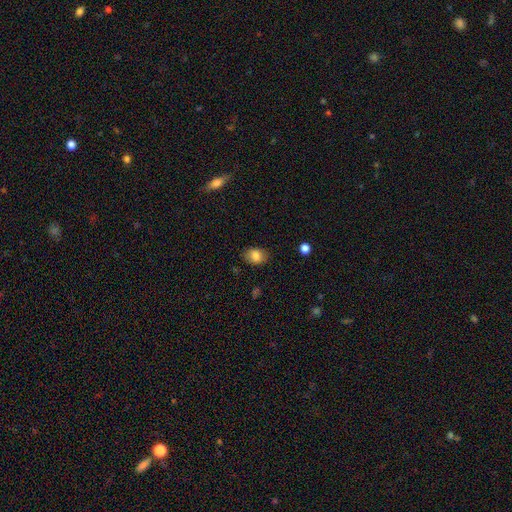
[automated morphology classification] A smooth galaxy with no disk features (83%) that is in between round and cigar-shaped (68%).

Vote fractions:
- Smooth or featured? smooth: 83% / star or artifact: 9% / featured or disk: 8%
- How rounded? in between: 68% / round: 31% / cigar-shaped: 1%
- Merging? none: 82% / minor disturbance: 13% / major disturbance: 3% / merger: 1%